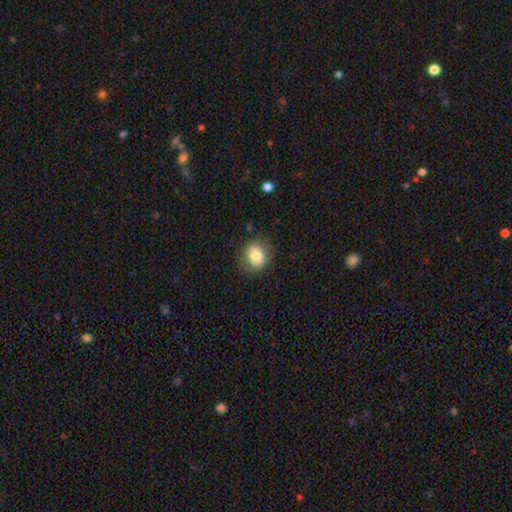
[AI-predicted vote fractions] A smooth galaxy with no disk features (79%) that is round (68%). Merging: none (81%).